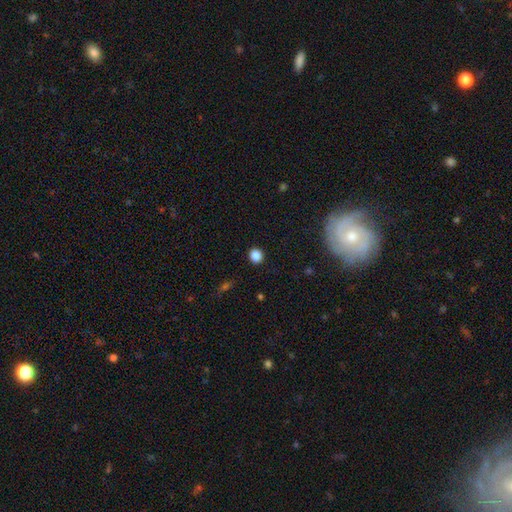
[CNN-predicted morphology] Q: Smooth or featured?
A: smooth (85%); runner-up: star or artifact (11%)
Q: How rounded?
A: round (86%); runner-up: in between (13%)
Q: Merging?
A: none (91%); runner-up: minor disturbance (6%)